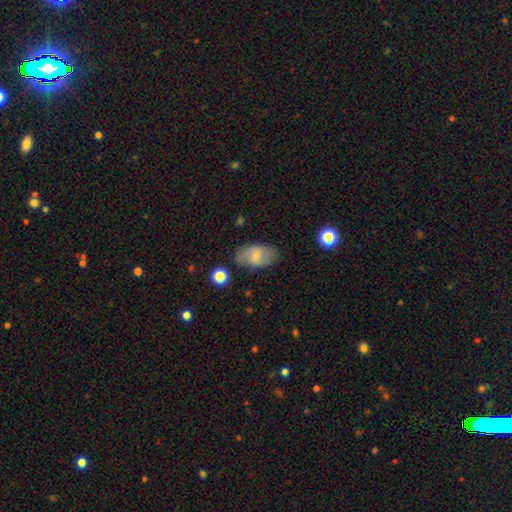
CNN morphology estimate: The model was most divided on "smooth or featured": smooth: 69%, featured or disk: 24%, star or artifact: 7%. More confident: how rounded — in between (92%); merging — none (76%).